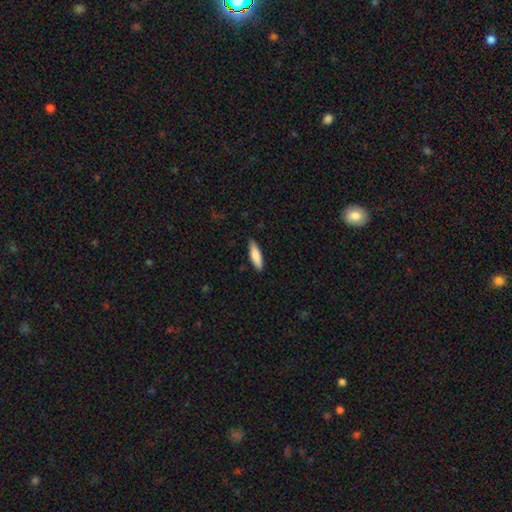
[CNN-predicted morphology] type=smooth (83%); roundness=cigar-shaped (62%); merging=none (87%).